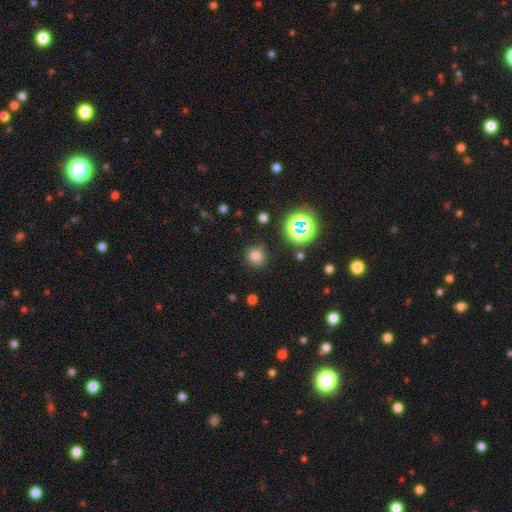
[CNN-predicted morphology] smooth-or-featured: smooth: 74% | star or artifact: 21% | featured or disk: 6%
  how-rounded: round: 90% | in between: 9% | cigar-shaped: 1%
  merging: none: 87% | minor disturbance: 8% | major disturbance: 3% | merger: 2%